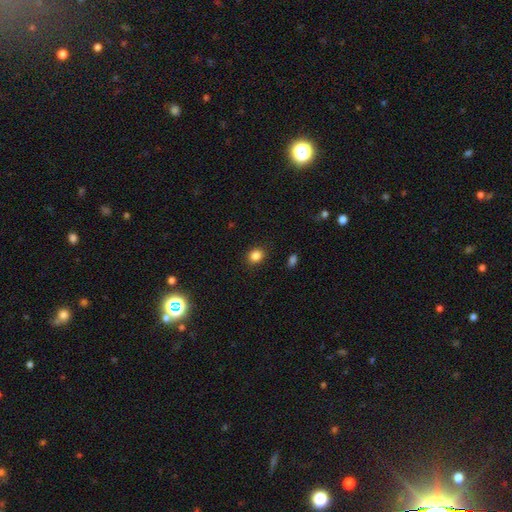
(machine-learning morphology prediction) A smooth galaxy with no disk features (85%) that is round (60%). Merging: none (89%).